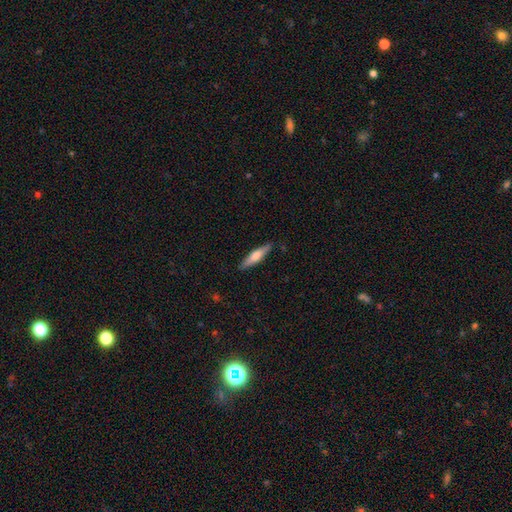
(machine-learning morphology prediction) smooth 54%, featured or disk 41%, star or artifact 5%. Down the decision tree: how rounded — cigar-shaped (80%); merging — none (89%).